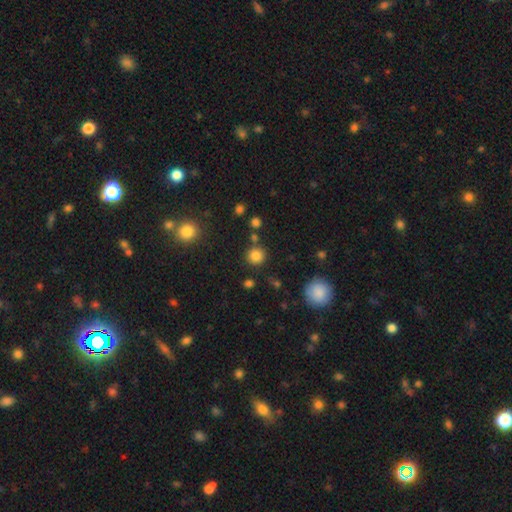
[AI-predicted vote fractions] This is clearly a smooth galaxy (82%). How rounded: clearly round (91%). Merging: clearly none (80%).